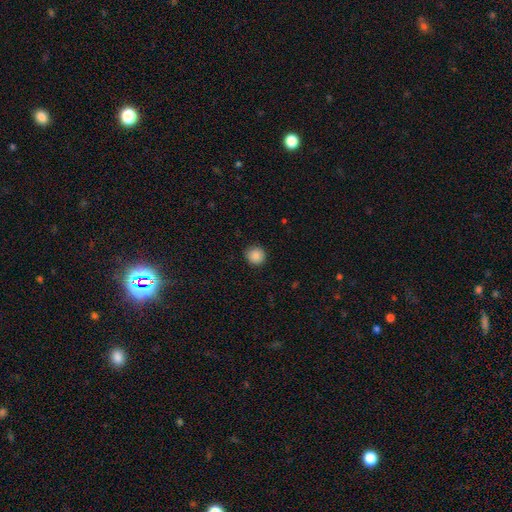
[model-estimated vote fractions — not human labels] Smooth or featured: smooth — 88% (star or artifact — 9%)
How rounded: round — 92% (in between — 7%)
Merging: none — 91% (minor disturbance — 7%)